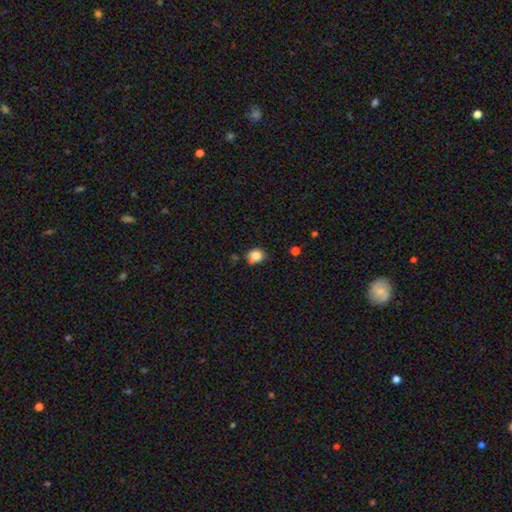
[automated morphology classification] smooth-or-featured: smooth: 84% | star or artifact: 10% | featured or disk: 6%
  how-rounded: round: 69% | in between: 30% | cigar-shaped: 1%
  merging: none: 62% | minor disturbance: 24% | merger: 9% | major disturbance: 5%